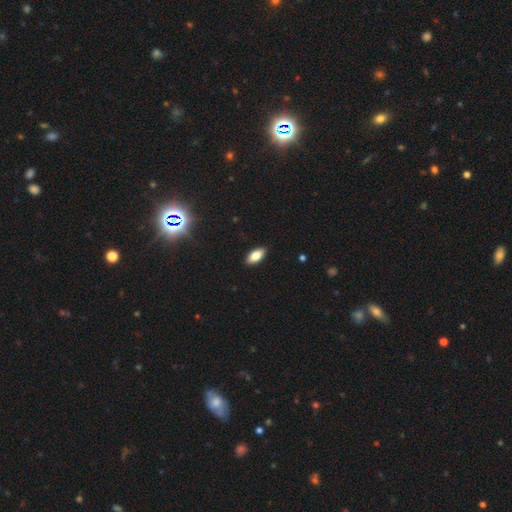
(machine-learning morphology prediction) Overall: smooth (79%). How rounded: in between (87%). Merging: none (90%).